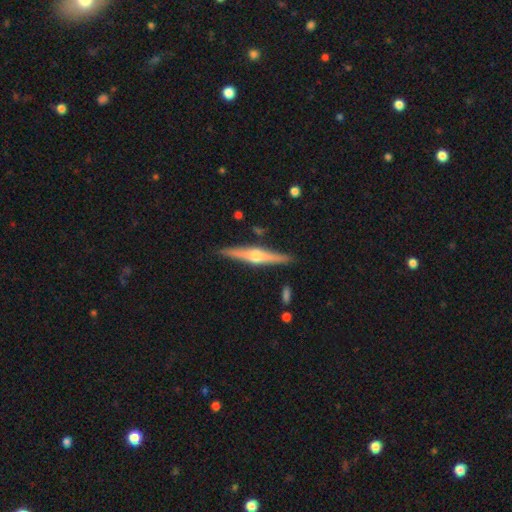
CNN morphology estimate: Smooth or featured?
  - featured or disk: 76% *
  - smooth: 18%
  - star or artifact: 5%
Edge-on disk?
  - yes: 98% *
  - no: 2%
Edge-on bulge?
  - rounded: 93% *
  - boxy: 4%
  - none: 3%
Merging?
  - none: 89% *
  - minor disturbance: 7%
  - merger: 2%
  - major disturbance: 2%